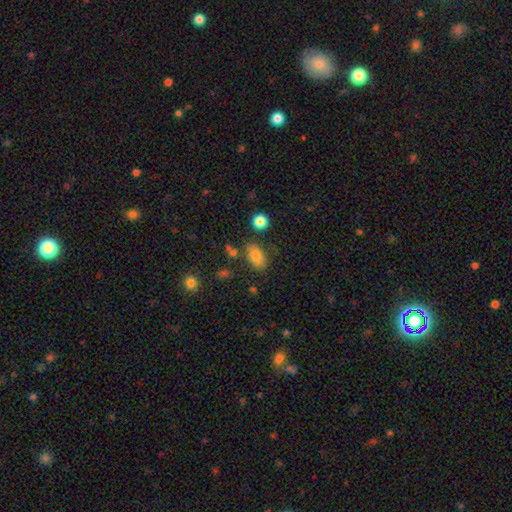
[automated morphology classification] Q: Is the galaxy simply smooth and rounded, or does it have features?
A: smooth — 81%.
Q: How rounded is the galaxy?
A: in between — 89%.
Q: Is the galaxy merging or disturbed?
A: none — 72%.